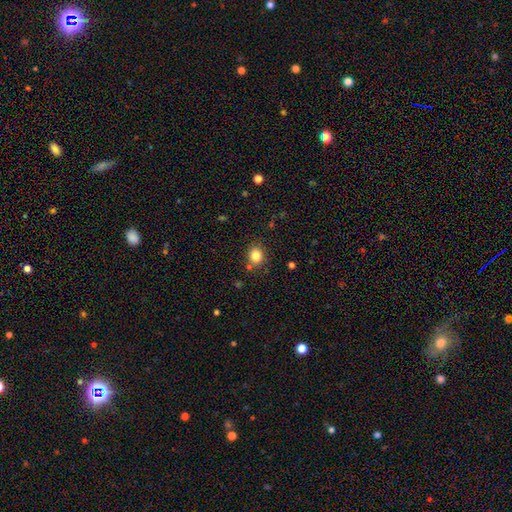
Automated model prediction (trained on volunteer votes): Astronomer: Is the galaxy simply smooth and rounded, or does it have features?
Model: smooth — 82%.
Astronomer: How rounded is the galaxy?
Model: round — 73%.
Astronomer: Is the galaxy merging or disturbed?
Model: none — 82%.